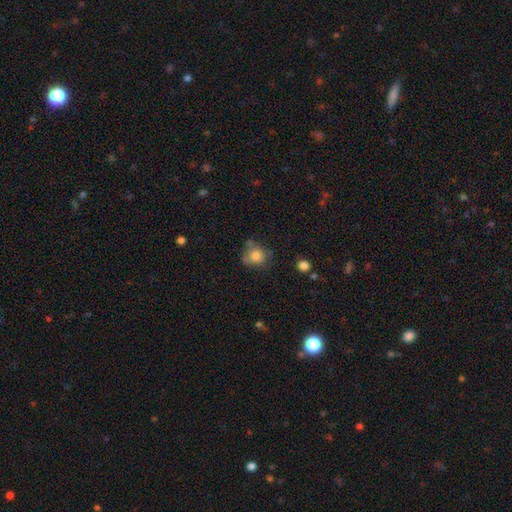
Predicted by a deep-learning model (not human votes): smooth-or-featured: smooth: 78% | featured or disk: 12% | star or artifact: 10%
  how-rounded: round: 76% | in between: 23% | cigar-shaped: 1%
  merging: none: 55% | minor disturbance: 27% | major disturbance: 11% | merger: 7%